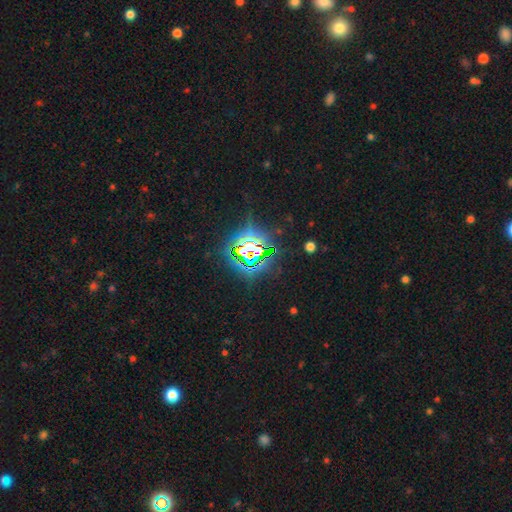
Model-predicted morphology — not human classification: Smooth or featured?
  - star or artifact: 81% *
  - smooth: 10%
  - featured or disk: 9%